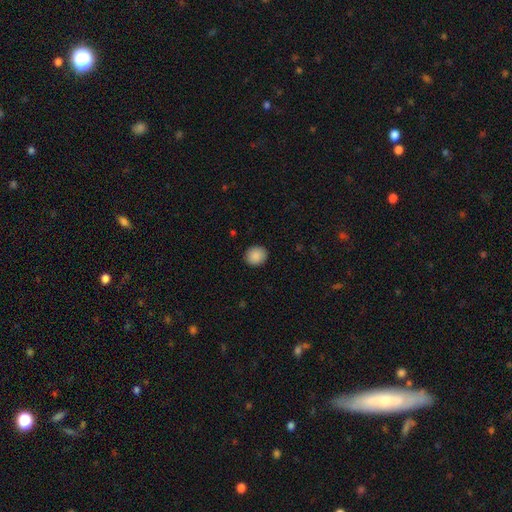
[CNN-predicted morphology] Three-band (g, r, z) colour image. It shows a smooth galaxy with no disk features (89%) that is round (85%). Merging: none (91%).